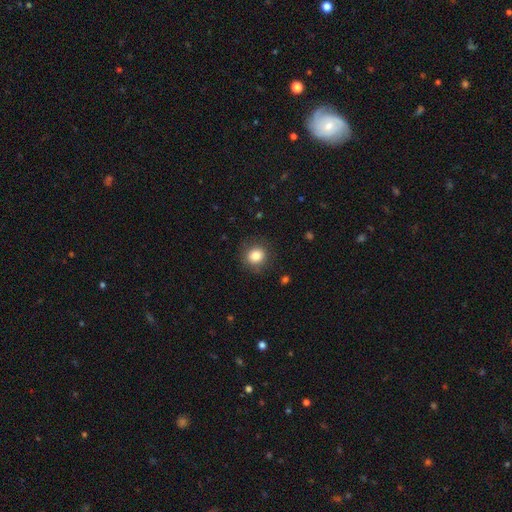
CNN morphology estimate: A smooth galaxy with no disk features (83%) that is round (87%).

Vote fractions:
- Smooth or featured? smooth: 83% / star or artifact: 10% / featured or disk: 6%
- How rounded? round: 87% / in between: 12% / cigar-shaped: 1%
- Merging? none: 85% / minor disturbance: 10% / major disturbance: 4% / merger: 1%